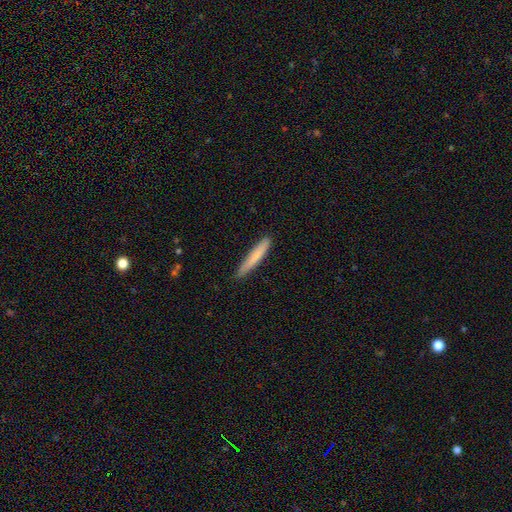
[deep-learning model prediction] Smooth or featured? Predicted: smooth (p=0.75). How rounded? Predicted: cigar-shaped (p=0.95). Merging? Predicted: none (p=0.86).